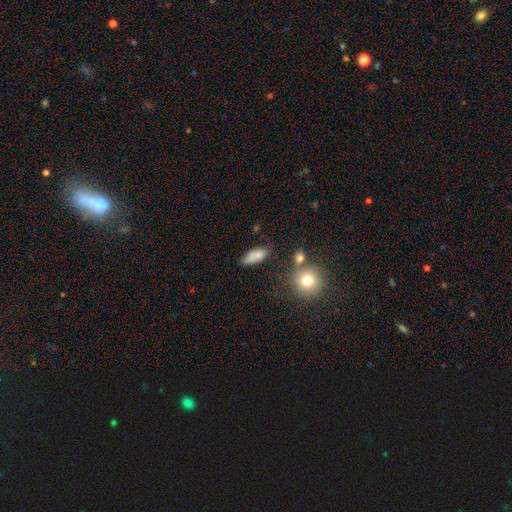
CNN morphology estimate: smooth 80%, featured or disk 10%, star or artifact 9%. Down the decision tree: how rounded — in between (74%); merging — none (62%).